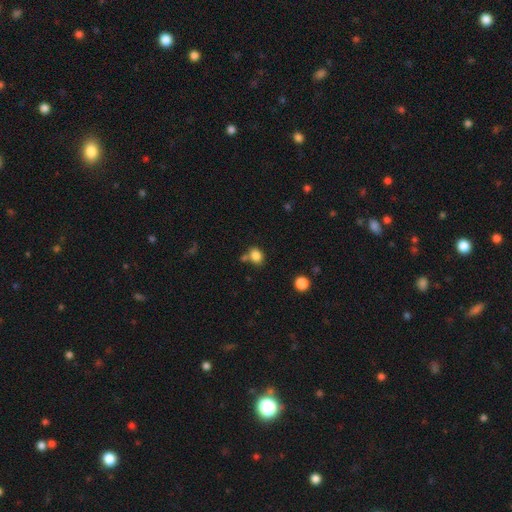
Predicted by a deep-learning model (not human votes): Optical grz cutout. It shows a smooth galaxy with no disk features (83%) that is in between round and cigar-shaped (53%). Merging: none (64%).